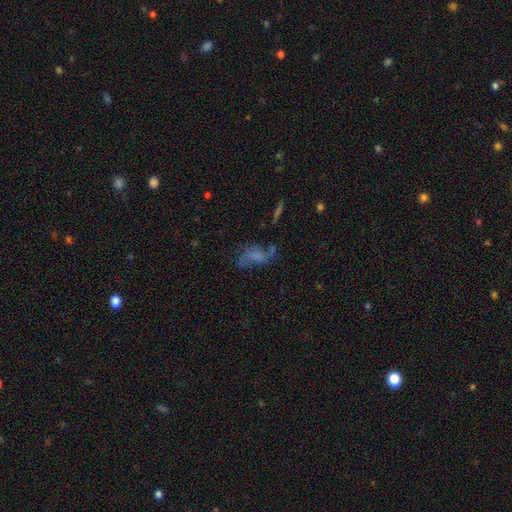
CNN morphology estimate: This appears to be a featured or disk galaxy (64%) with no bar (58%), 2 (77%) loose (75%) spiral arms (83%) and no central bulge (52%). Merging: none (53%).